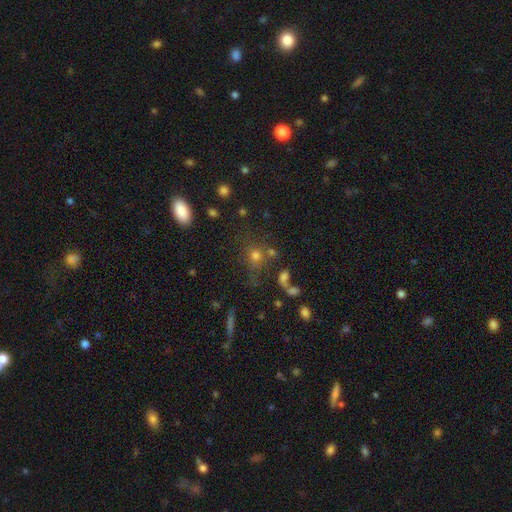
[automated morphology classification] Overall: smooth (68%). How rounded: round (78%). Merging: none (66%).